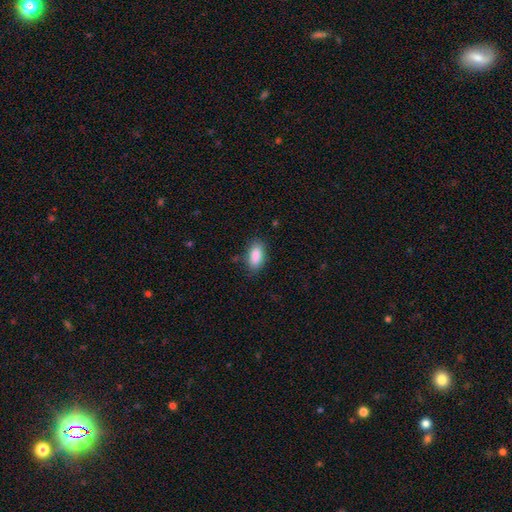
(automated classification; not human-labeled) Smooth or featured? smooth (88%)
How rounded? in between (91%)
Merging? none (80%)